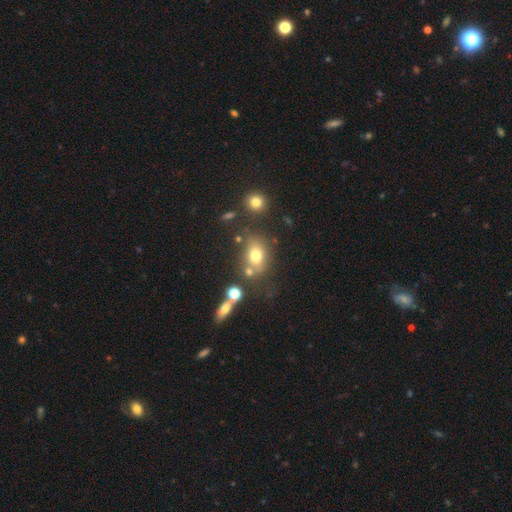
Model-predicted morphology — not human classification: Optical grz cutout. It shows a smooth galaxy with no disk features (71%) that is in between round and cigar-shaped (57%). Merging: none (59%).